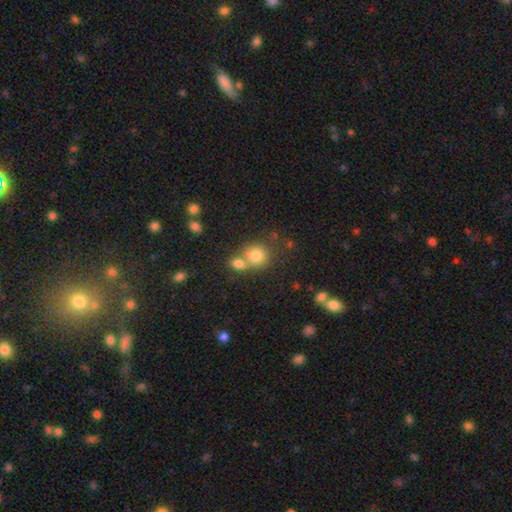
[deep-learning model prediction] Smooth or featured? Predicted: smooth (p=0.78). How rounded? Predicted: round (p=0.76). Merging? Predicted: merger (p=0.45).